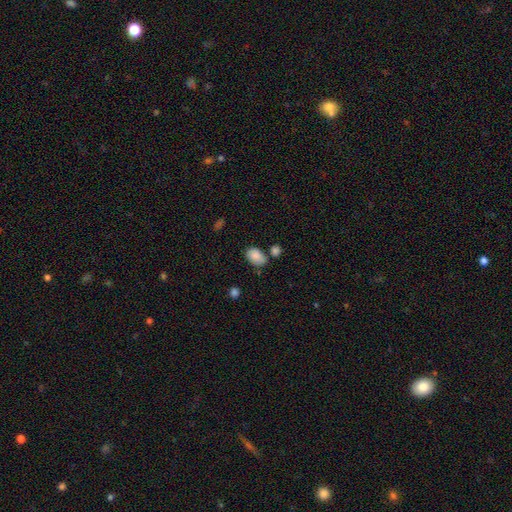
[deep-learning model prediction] Smooth or featured?
  - smooth: 87% *
  - star or artifact: 8%
  - featured or disk: 6%
How rounded?
  - in between: 87% *
  - round: 12%
  - cigar-shaped: 1%
Merging?
  - none: 64% *
  - minor disturbance: 18%
  - merger: 13%
  - major disturbance: 5%